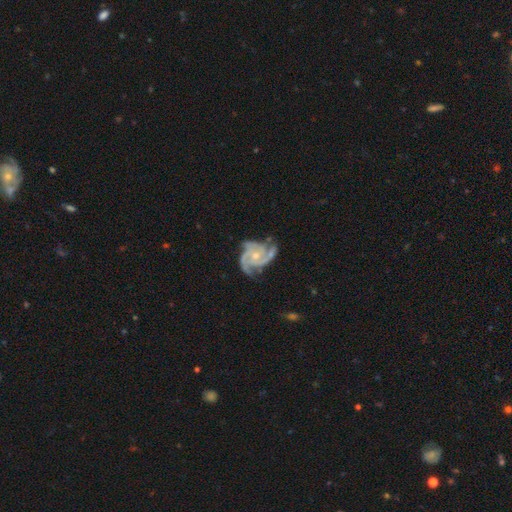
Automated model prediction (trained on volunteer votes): Q: Smooth or featured?
A: featured or disk (92%); runner-up: star or artifact (4%)
Q: Edge-on disk?
A: no (98%); runner-up: yes (2%)
Q: Bar?
A: no (73%); runner-up: weak (21%)
Q: Spiral arms?
A: yes (98%); runner-up: no (2%)
Q: Spiral winding?
A: tight (48%); runner-up: medium (45%)
Q: Spiral arm count?
A: 3 (67%); runner-up: 4 (12%)
Q: Bulge size?
A: small (57%); runner-up: moderate (39%)
Q: Merging?
A: none (63%); runner-up: minor disturbance (24%)